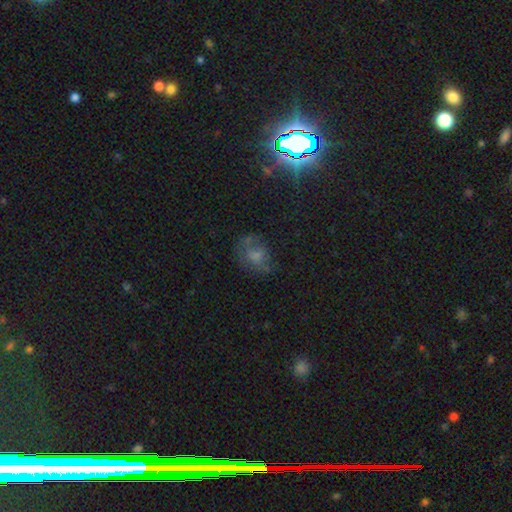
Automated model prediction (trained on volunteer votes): Smooth or featured? smooth (36%)
Merging? none (56%)